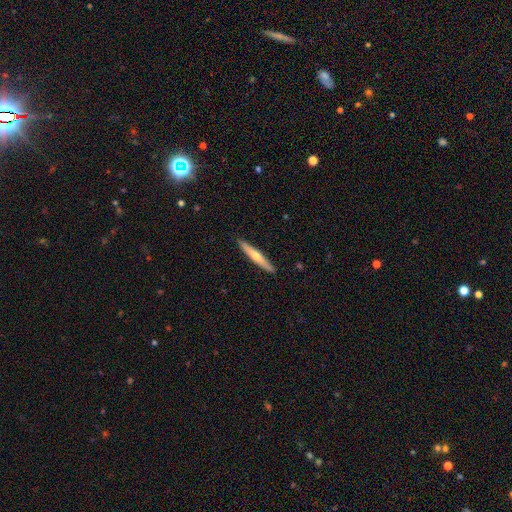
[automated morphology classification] Smooth or featured: smooth — 49% (featured or disk — 46%)
Merging: none — 91% (minor disturbance — 7%)